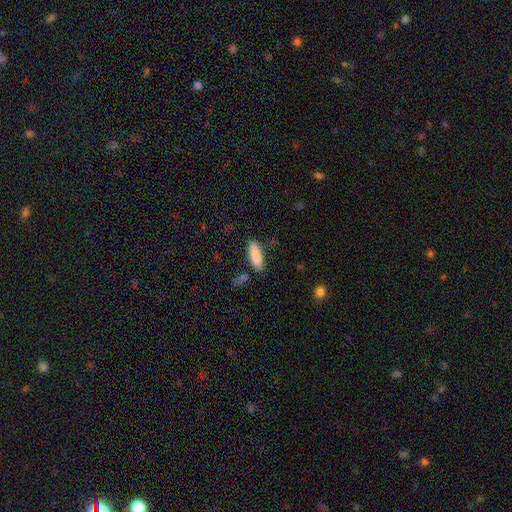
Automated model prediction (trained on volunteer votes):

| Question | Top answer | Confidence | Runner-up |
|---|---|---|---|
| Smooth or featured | smooth | 87% | featured or disk (7%) |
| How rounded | in between | 52% | cigar-shaped (46%) |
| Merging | none | 80% | minor disturbance (13%) |